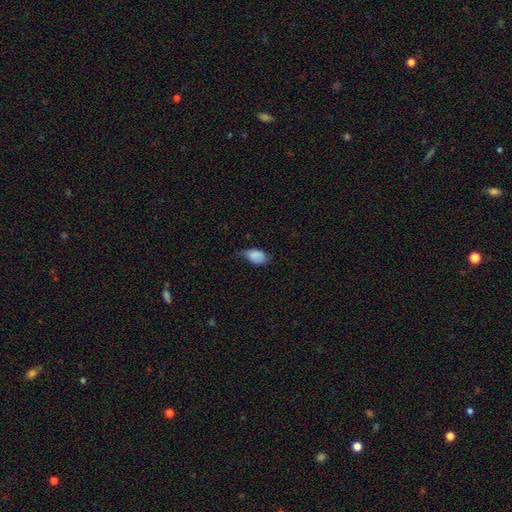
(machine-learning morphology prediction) smooth_or_featured: smooth (p=0.83) [alt: featured or disk p=0.09]
how_rounded: in between (p=0.88) [alt: round p=0.10]
merging: minor disturbance (p=0.47) [alt: none p=0.34]